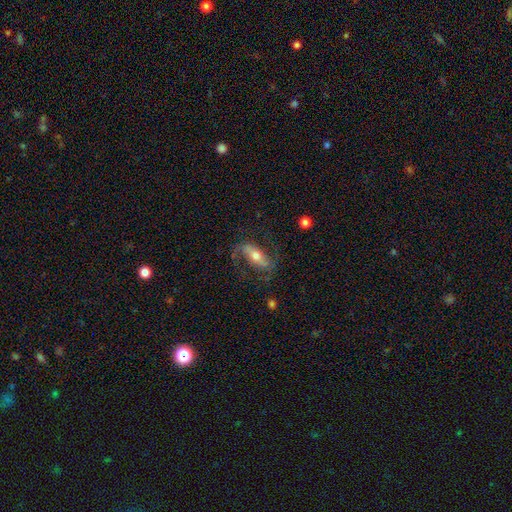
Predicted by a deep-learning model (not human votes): Smooth or featured? featured or disk (67%)
Edge-on disk? no (83%)
Bar? strong (46%)
Spiral arms? yes (85%)
Bulge size? moderate (62%)
Merging? none (66%)